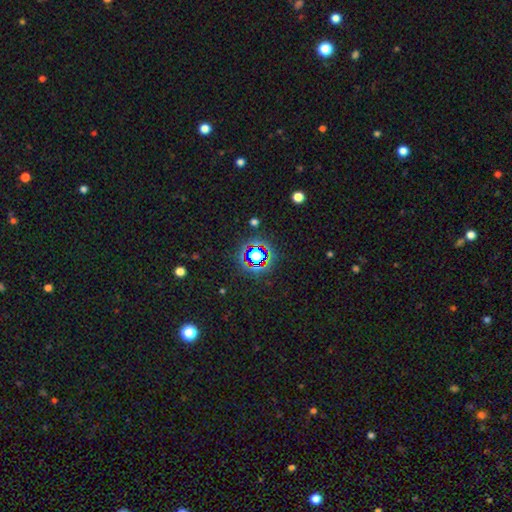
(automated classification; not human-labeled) Smooth or featured? Predicted: star or artifact (p=0.63).